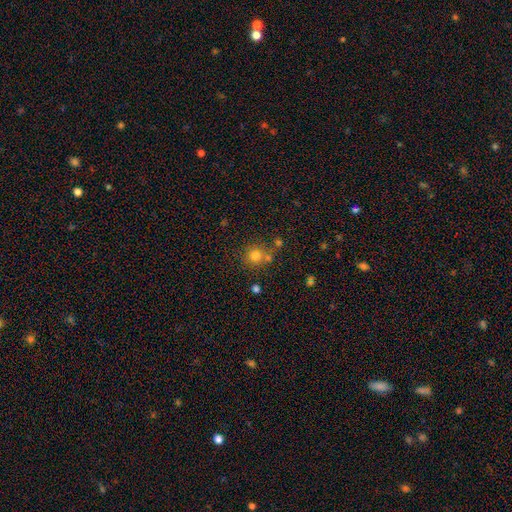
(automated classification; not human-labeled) Smooth or featured?
  - smooth: 77% *
  - star or artifact: 15%
  - featured or disk: 8%
How rounded?
  - round: 89% *
  - in between: 10%
  - cigar-shaped: 1%
Merging?
  - none: 67% *
  - merger: 18%
  - minor disturbance: 10%
  - major disturbance: 4%